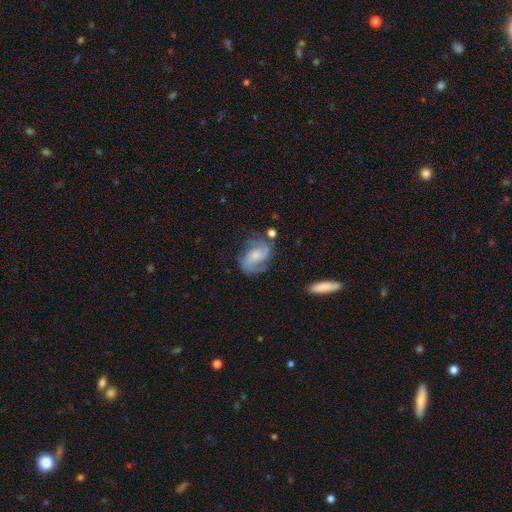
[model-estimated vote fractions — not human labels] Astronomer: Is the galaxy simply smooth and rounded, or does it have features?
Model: featured or disk — 69%.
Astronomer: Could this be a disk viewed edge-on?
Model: no — 97%.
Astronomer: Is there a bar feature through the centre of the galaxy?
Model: no — 58% (runner-up: weak, 34%).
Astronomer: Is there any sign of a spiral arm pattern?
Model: yes — 90%.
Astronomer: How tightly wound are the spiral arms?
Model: medium — 47% (runner-up: loose, 31%).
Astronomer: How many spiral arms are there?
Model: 2 — 71%.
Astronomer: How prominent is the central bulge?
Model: small — 40% (runner-up: moderate, 33%).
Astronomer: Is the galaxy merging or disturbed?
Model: none — 57%.